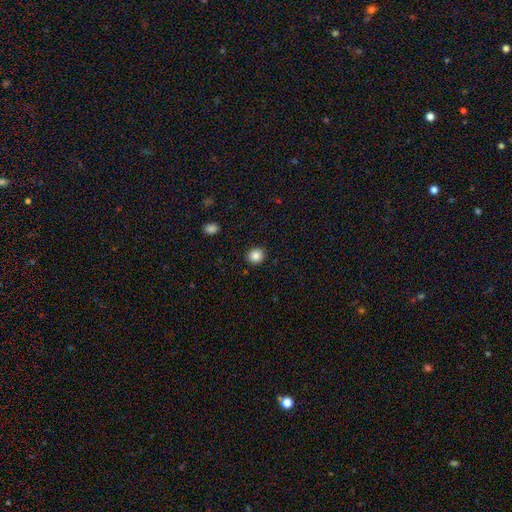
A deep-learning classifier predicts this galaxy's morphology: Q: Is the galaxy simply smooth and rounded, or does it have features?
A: smooth — 87%.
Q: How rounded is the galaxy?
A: round — 86%.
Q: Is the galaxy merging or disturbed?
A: none — 92%.